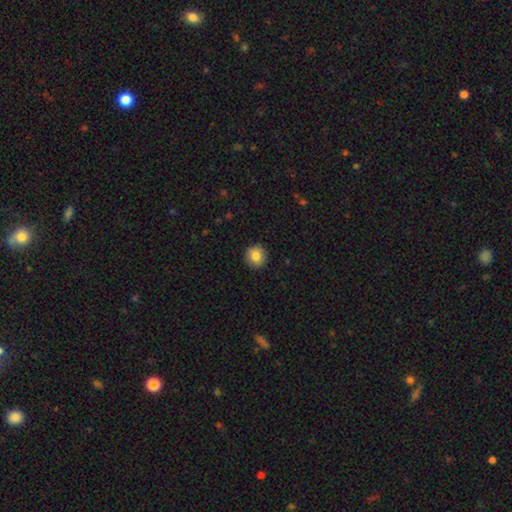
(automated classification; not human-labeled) smooth 84%, star or artifact 9%, featured or disk 8%. Down the decision tree: how rounded — round (93%); merging — none (92%).